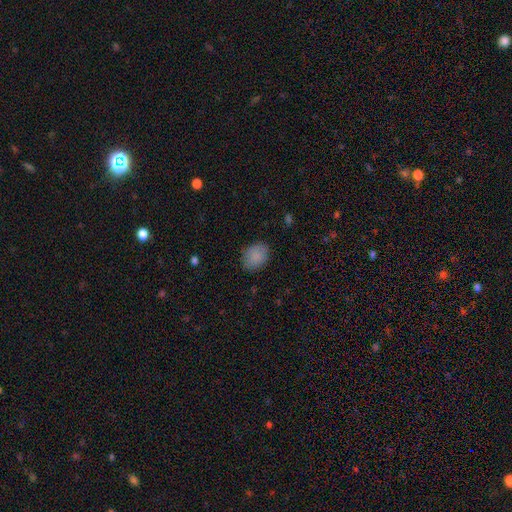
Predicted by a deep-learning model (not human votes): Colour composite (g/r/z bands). It shows a smooth galaxy with no disk features (87%) that is in between round and cigar-shaped (66%). Merging: none (84%).